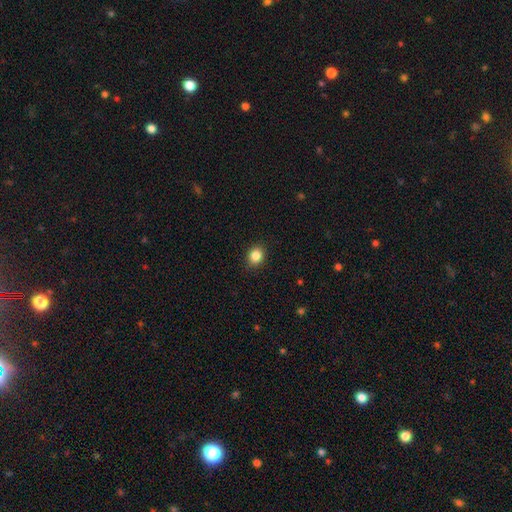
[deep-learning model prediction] smooth-or-featured: smooth: 85% | star or artifact: 10% | featured or disk: 5%
  how-rounded: round: 60% | in between: 39% | cigar-shaped: 1%
  merging: none: 90% | minor disturbance: 8% | major disturbance: 2% | merger: 1%